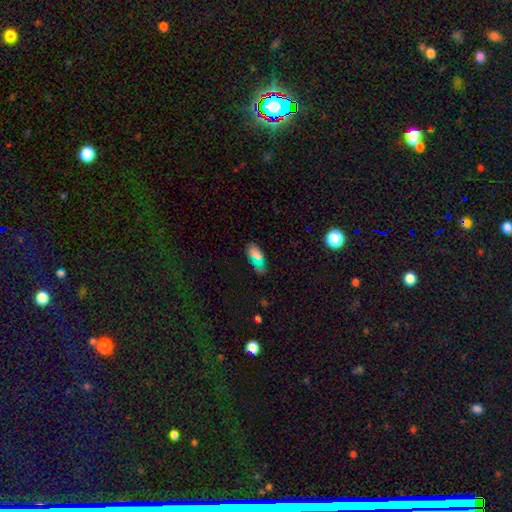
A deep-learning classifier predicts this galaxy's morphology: A smooth galaxy with no disk features (69%) that is in between round and cigar-shaped (88%).

Vote fractions:
- Smooth or featured? smooth: 69% / featured or disk: 16% / star or artifact: 14%
- How rounded? in between: 88% / cigar-shaped: 9% / round: 3%
- Merging? none: 71% / minor disturbance: 22% / major disturbance: 5% / merger: 2%